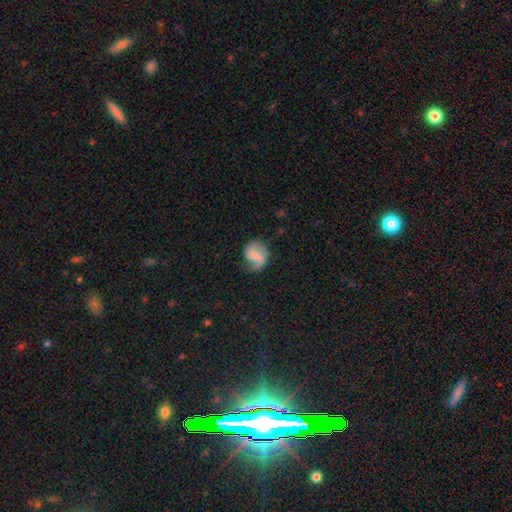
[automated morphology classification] Smooth or featured? Predicted: smooth (p=0.47). Merging? Predicted: none (p=0.49).